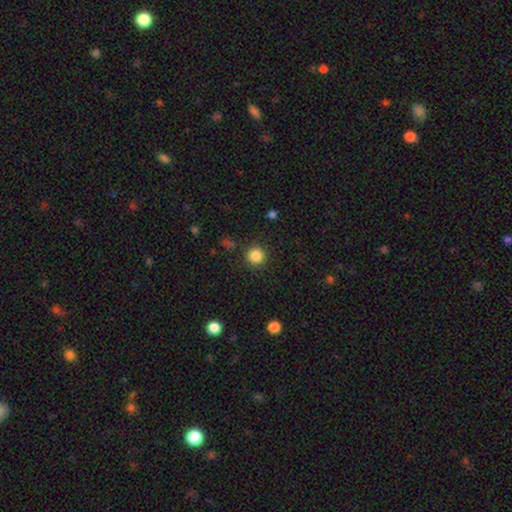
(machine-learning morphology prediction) smooth-or-featured: smooth: 85% | star or artifact: 11% | featured or disk: 4%
  how-rounded: round: 95% | in between: 5% | cigar-shaped: 1%
  merging: none: 89% | minor disturbance: 6% | major disturbance: 3% | merger: 2%